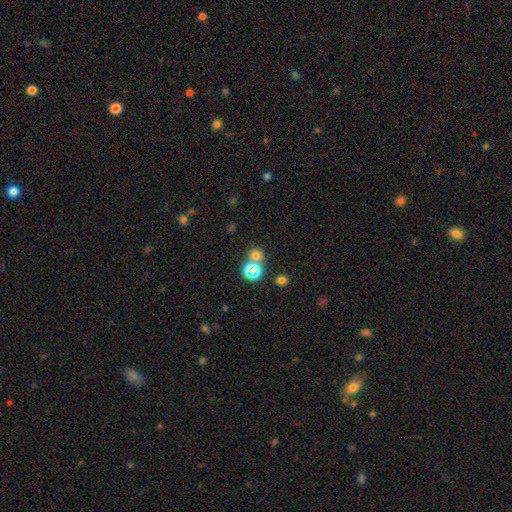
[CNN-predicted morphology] This appears to be a smooth galaxy with no disk features (63%) that is round (87%). Merging: none (64%).